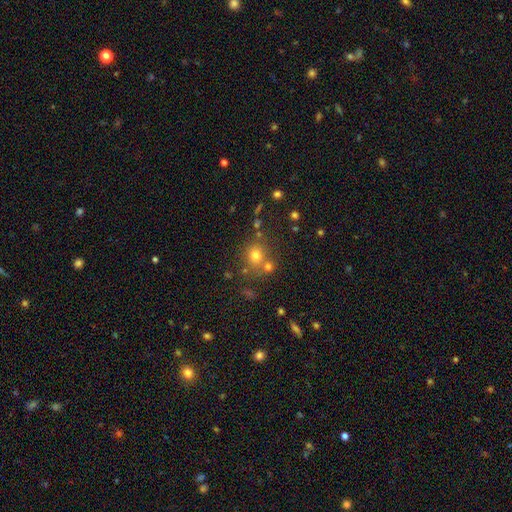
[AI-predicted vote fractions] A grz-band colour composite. It shows a smooth galaxy with no disk features (71%) that is round (81%). Merging: none (66%).